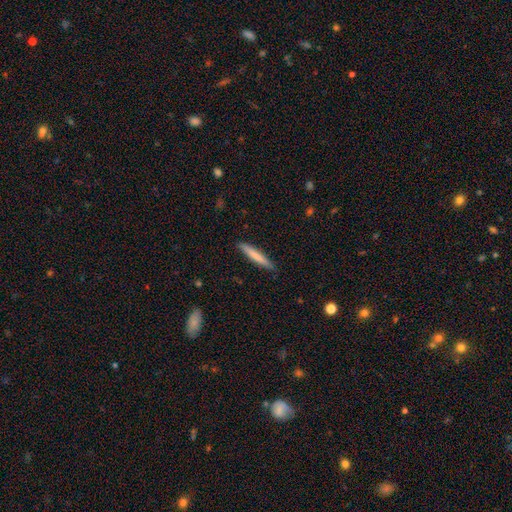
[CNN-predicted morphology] Smooth or featured?
  - smooth: 73% *
  - featured or disk: 21%
  - star or artifact: 5%
How rounded?
  - cigar-shaped: 95% *
  - in between: 4%
  - round: 1%
Merging?
  - none: 90% *
  - minor disturbance: 8%
  - major disturbance: 1%
  - merger: 1%